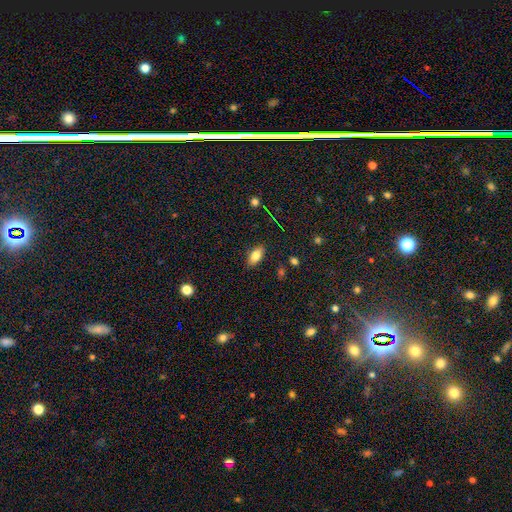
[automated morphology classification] This appears to be a smooth galaxy with no disk features (76%) that is in between round and cigar-shaped (86%). Merging: none (87%).